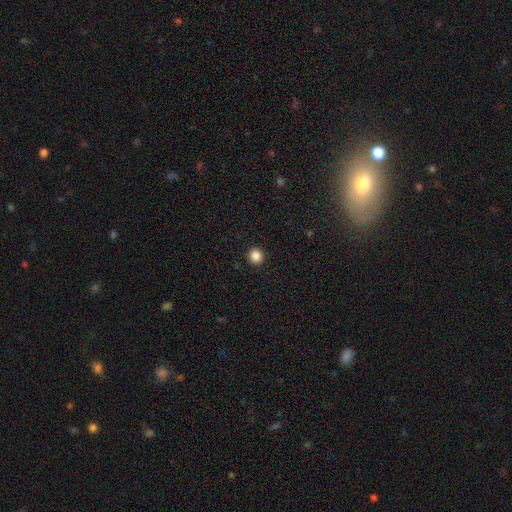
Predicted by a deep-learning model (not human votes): Smooth or featured: smooth — 86% (star or artifact — 11%)
How rounded: round — 95% (in between — 4%)
Merging: none — 93% (minor disturbance — 4%)